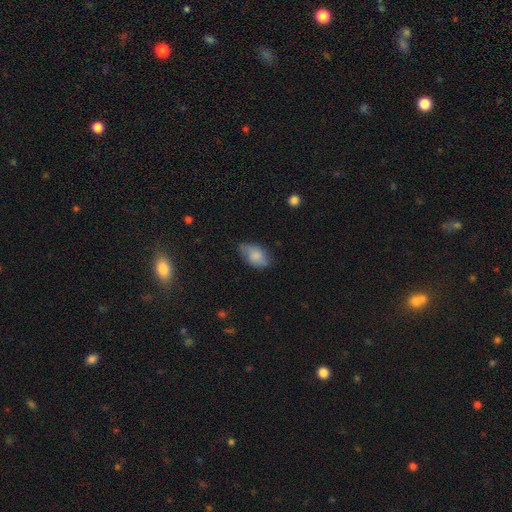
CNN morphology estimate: Overall: smooth (80%). How rounded: in between (92%). Merging: none (64%; minor disturbance 28%).